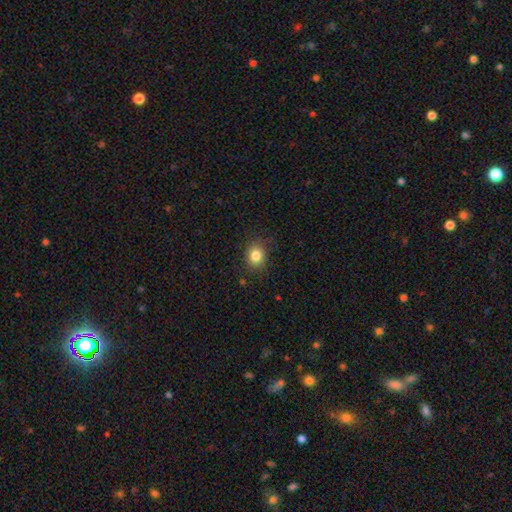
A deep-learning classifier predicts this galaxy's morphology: smooth 83%, star or artifact 11%, featured or disk 5%. Down the decision tree: how rounded — round (73%); merging — none (83%).